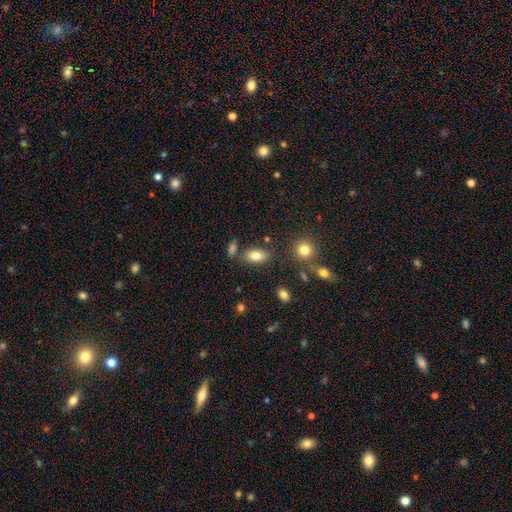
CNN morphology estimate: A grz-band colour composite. It shows a smooth galaxy with no disk features (80%) that is in between round and cigar-shaped (90%). Merging: none (76%).